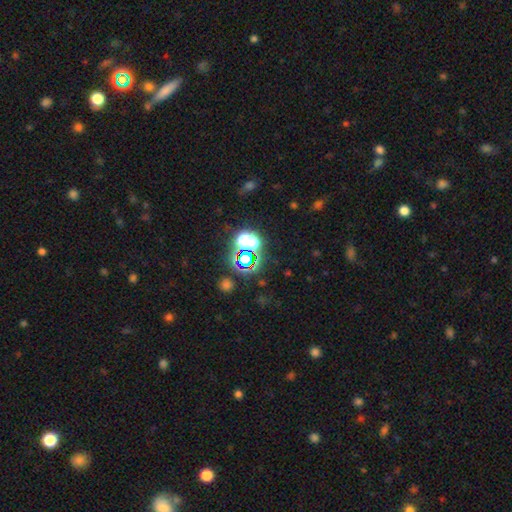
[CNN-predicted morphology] smooth_or_featured: star or artifact (p=0.72) [alt: smooth p=0.19]